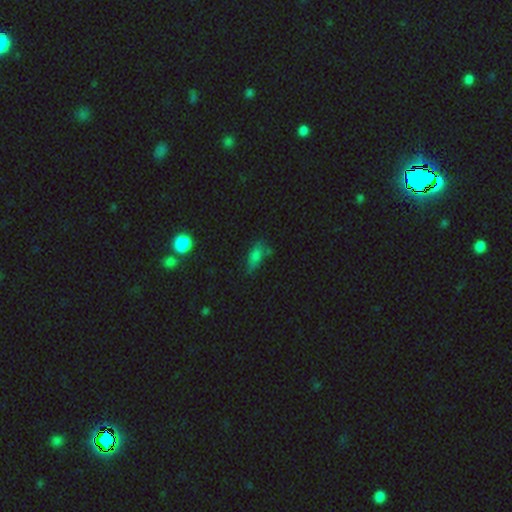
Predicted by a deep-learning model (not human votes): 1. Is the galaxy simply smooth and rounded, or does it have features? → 70% smooth, 16% star or artifact, 14% featured or disk.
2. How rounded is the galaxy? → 71% in between, 22% cigar-shaped, 6% round.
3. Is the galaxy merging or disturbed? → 57% none, 27% minor disturbance, 9% major disturbance, 7% merger.